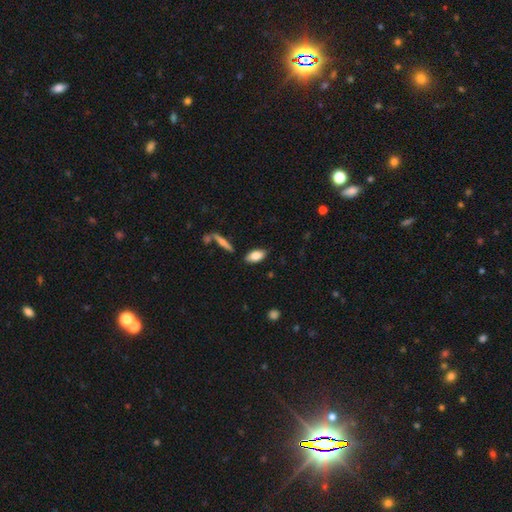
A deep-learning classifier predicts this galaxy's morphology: This appears to be a smooth galaxy with no disk features (82%) that is in between round and cigar-shaped (88%). Merging: none (82%).